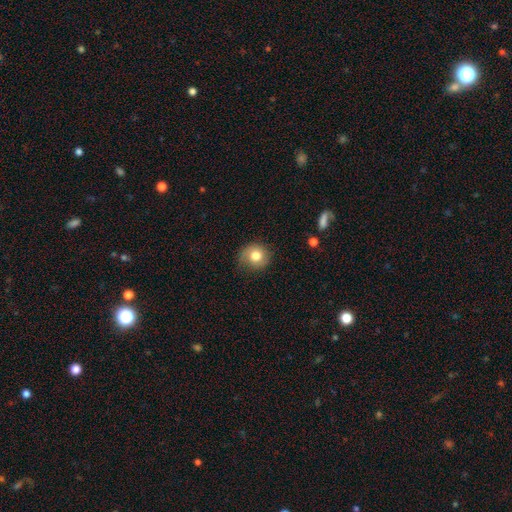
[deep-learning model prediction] Smooth or featured? smooth (77%)
How rounded? round (86%)
Merging? none (70%)